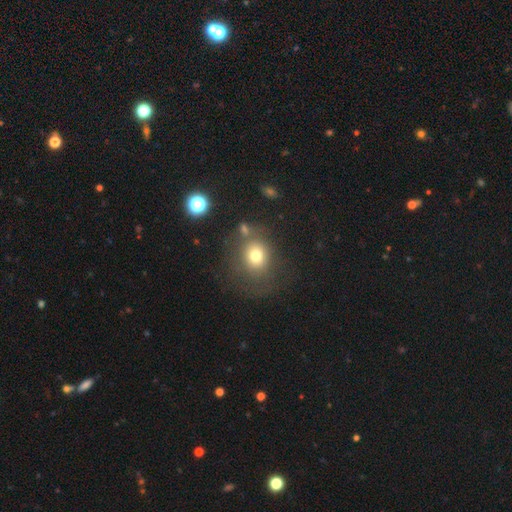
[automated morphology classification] smooth 73%, featured or disk 14%, star or artifact 13%. Down the decision tree: how rounded — round (72%); merging — none (62%).